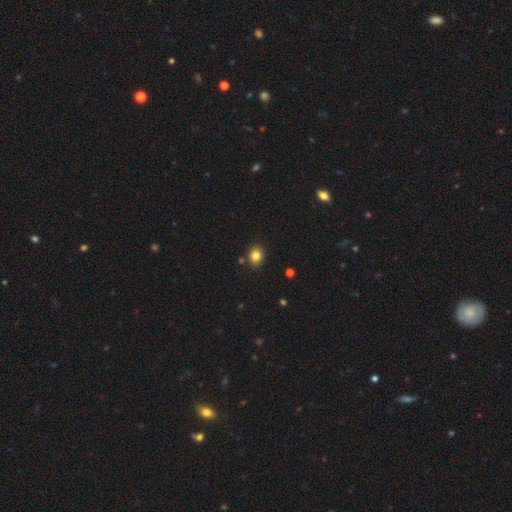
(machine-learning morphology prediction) A smooth galaxy with no disk features (83%) that is round (64%).

Vote fractions:
- Smooth or featured? smooth: 83% / star or artifact: 11% / featured or disk: 6%
- How rounded? round: 64% / in between: 35% / cigar-shaped: 1%
- Merging? none: 86% / minor disturbance: 9% / merger: 3% / major disturbance: 2%